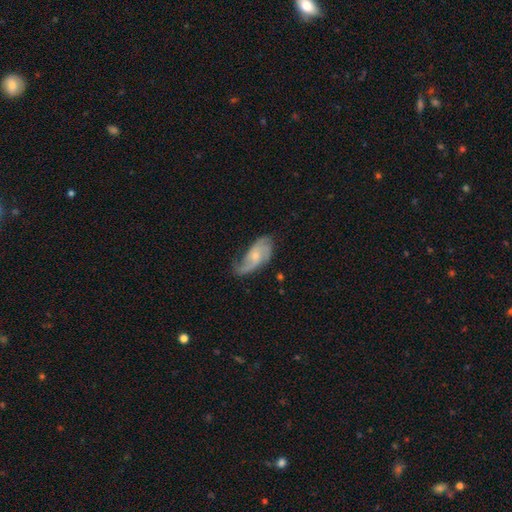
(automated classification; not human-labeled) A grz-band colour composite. It shows a featured or disk galaxy (77%) with no bar (66%), 2 (54%) medium (44%) spiral arms (94%) and a small central bulge (60%). Merging: none (57%).